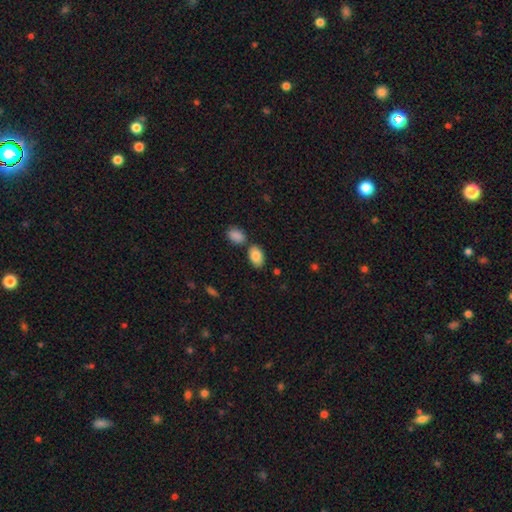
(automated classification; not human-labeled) Morphology: type=smooth (86%); roundness=in between (92%); merging=none (69%).